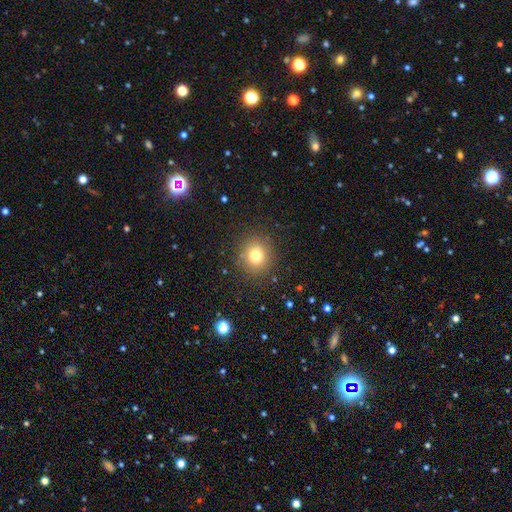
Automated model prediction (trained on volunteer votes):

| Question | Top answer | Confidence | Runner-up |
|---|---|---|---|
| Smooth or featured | smooth | 76% | star or artifact (15%) |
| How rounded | round | 84% | in between (15%) |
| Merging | none | 87% | minor disturbance (8%) |